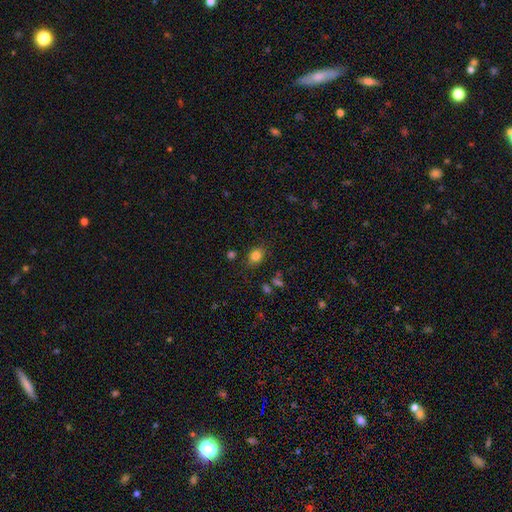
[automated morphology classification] Overall: smooth (82%). How rounded: in between (55%; round 44%). Merging: none (79%).